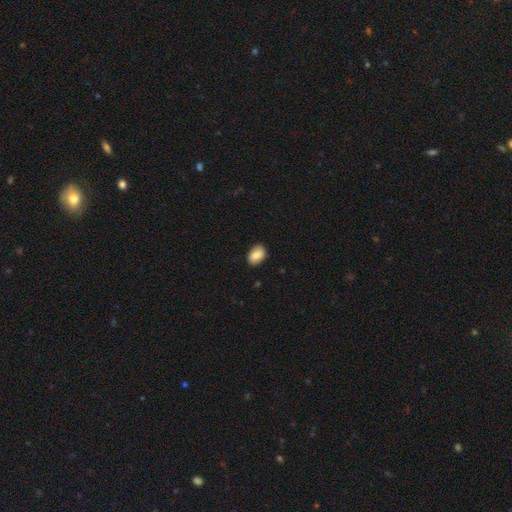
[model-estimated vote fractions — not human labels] Smooth or featured? Predicted: smooth (p=0.84). How rounded? Predicted: in between (p=0.86). Merging? Predicted: none (p=0.86).